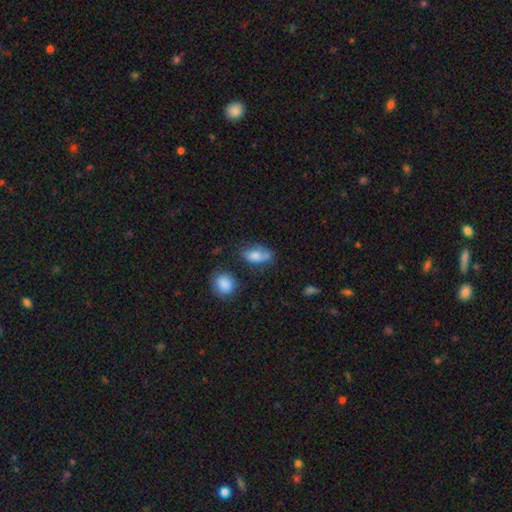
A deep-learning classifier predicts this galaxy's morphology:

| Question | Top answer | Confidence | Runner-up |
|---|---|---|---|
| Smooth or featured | smooth | 72% | featured or disk (19%) |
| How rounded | in between | 82% | cigar-shaped (9%) |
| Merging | none | 46% | minor disturbance (29%) |